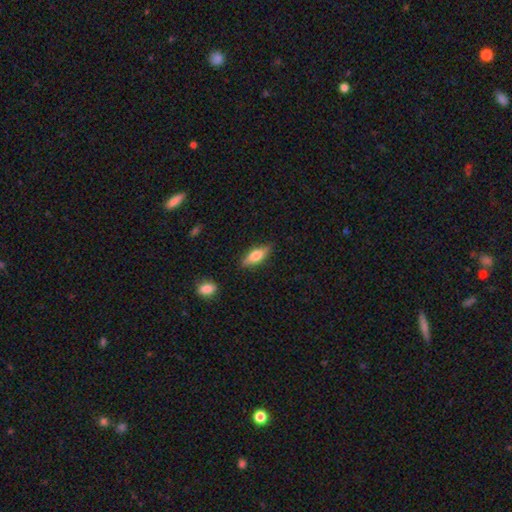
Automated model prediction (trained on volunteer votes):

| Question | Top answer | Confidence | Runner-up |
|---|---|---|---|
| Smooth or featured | smooth | 63% | featured or disk (31%) |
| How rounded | in between | 59% | cigar-shaped (38%) |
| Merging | none | 84% | minor disturbance (11%) |